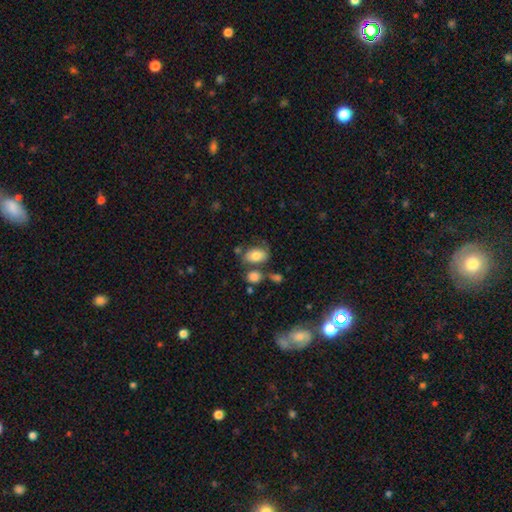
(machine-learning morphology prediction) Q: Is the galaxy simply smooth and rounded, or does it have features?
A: smooth — 72%.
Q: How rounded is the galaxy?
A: in between — 82%.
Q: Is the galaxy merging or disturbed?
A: none — 48%.